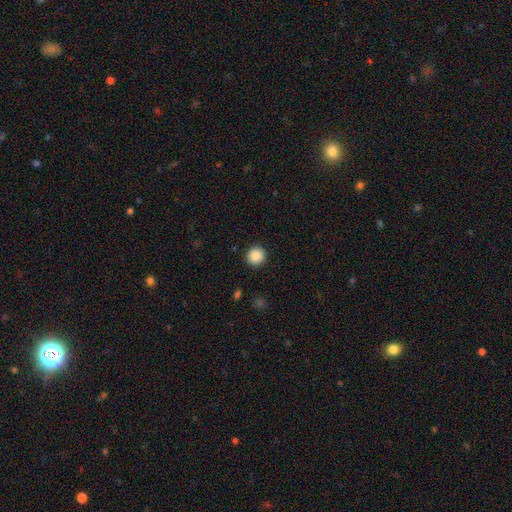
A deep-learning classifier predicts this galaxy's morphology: smooth_or_featured: smooth (p=0.88) [alt: star or artifact p=0.09]
how_rounded: round (p=0.92) [alt: in between p=0.07]
merging: none (p=0.92) [alt: minor disturbance p=0.05]